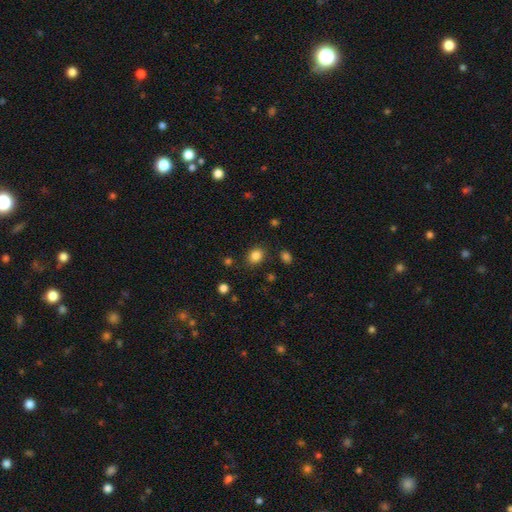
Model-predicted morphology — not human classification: A smooth galaxy with no disk features (84%) that is round (53%). Merging: none (83%).